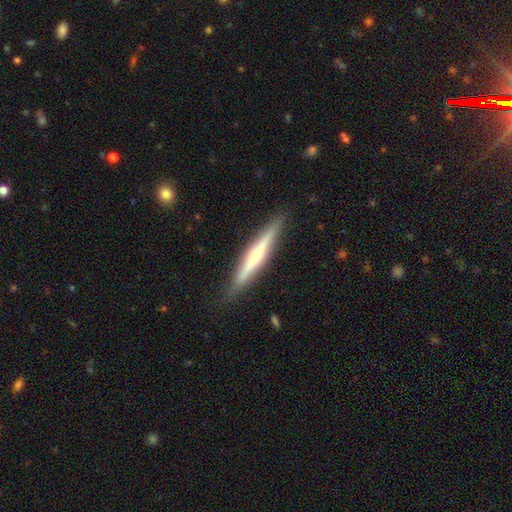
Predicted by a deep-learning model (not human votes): Overall: featured or disk (57%; smooth 37%). Edge-on disk: yes (97%). Edge-on bulge: rounded (53%; none 33%). Merging: none (89%).